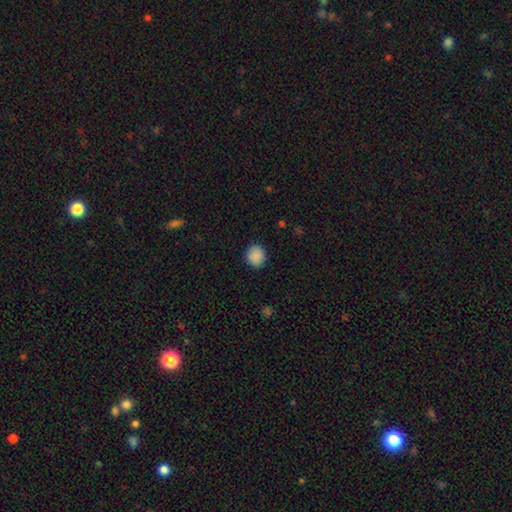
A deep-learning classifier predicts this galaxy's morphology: This appears to be a smooth galaxy with no disk features (89%) that is round (80%). Merging: none (88%).